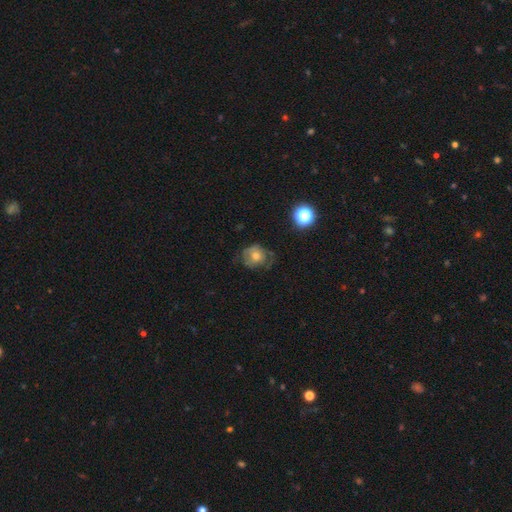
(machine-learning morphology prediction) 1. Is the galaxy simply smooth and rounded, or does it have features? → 52% smooth, 37% featured or disk, 12% star or artifact.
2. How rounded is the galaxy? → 74% round, 25% in between, 1% cigar-shaped.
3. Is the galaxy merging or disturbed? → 50% none, 28% minor disturbance, 19% major disturbance, 2% merger.